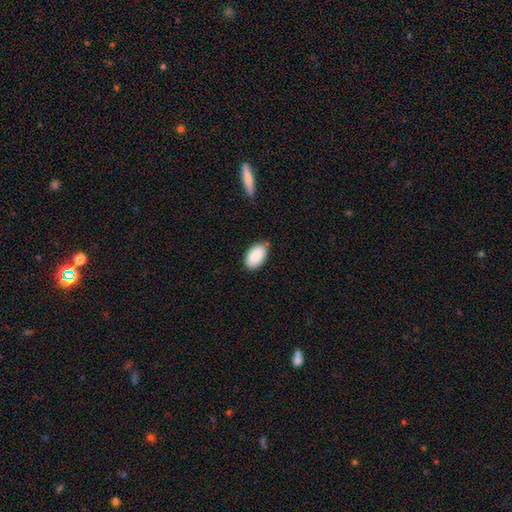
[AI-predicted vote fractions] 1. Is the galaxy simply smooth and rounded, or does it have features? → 88% smooth, 6% star or artifact, 5% featured or disk.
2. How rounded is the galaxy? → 95% in between, 4% round, 1% cigar-shaped.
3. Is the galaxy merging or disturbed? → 82% none, 13% minor disturbance, 2% major disturbance, 2% merger.